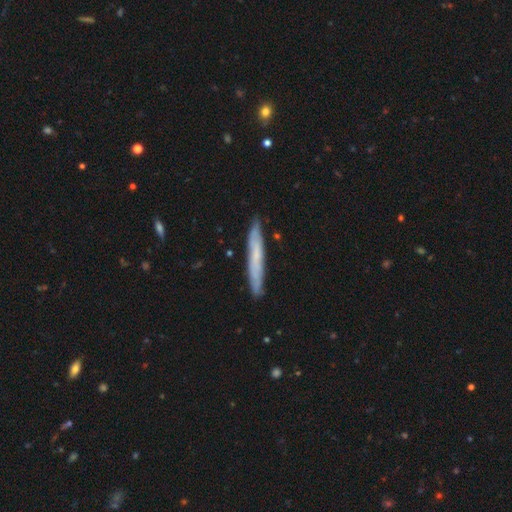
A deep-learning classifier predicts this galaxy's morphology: smooth_or_featured: smooth (p=0.53) [alt: featured or disk p=0.41]
how_rounded: cigar-shaped (p=0.95) [alt: in between p=0.04]
merging: none (p=0.87) [alt: minor disturbance p=0.10]